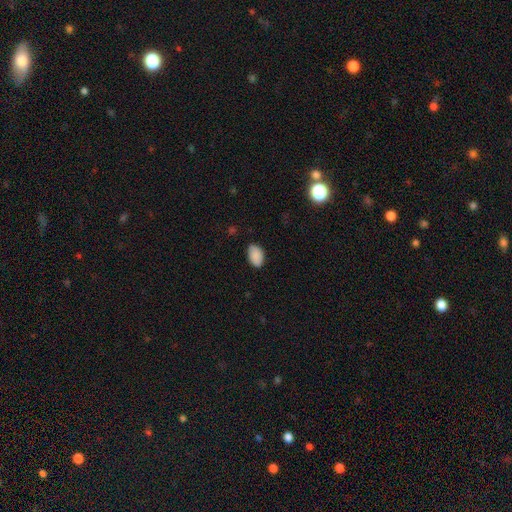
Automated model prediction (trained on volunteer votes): Smooth or featured? smooth (89%)
How rounded? in between (91%)
Merging? none (82%)